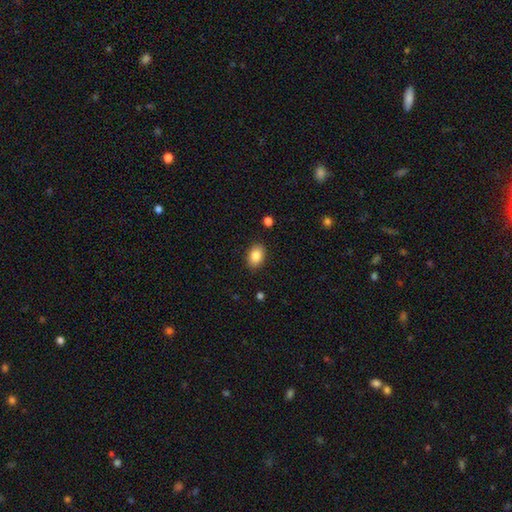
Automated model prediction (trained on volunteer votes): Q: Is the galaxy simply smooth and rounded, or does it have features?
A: smooth — 86%.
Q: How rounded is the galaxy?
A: in between — 84%.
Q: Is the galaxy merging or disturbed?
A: none — 88%.